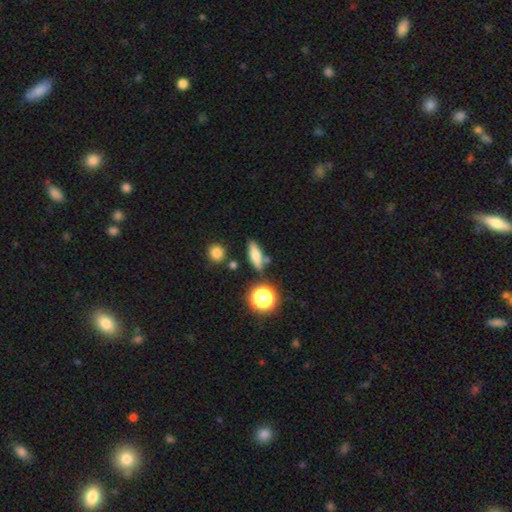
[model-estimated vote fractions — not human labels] A smooth galaxy with no disk features (64%) that is cigar-shaped (45%).

Vote fractions:
- Smooth or featured? smooth: 64% / featured or disk: 22% / star or artifact: 14%
- How rounded? cigar-shaped: 45% / in between: 42% / round: 13%
- Merging? none: 76% / minor disturbance: 12% / merger: 7% / major disturbance: 4%